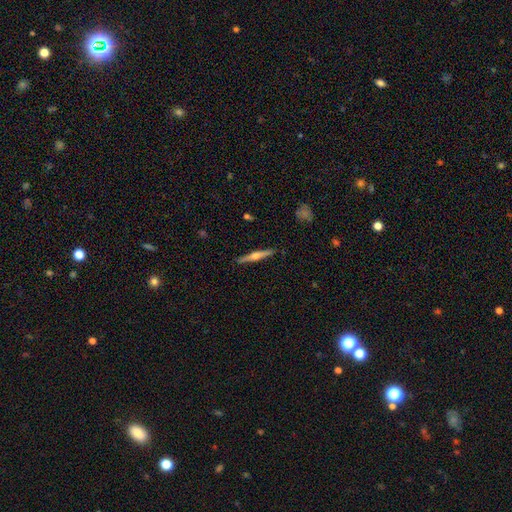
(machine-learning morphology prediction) Overall: featured or disk (70%). Edge-on disk: yes (98%). Edge-on bulge: rounded (92%). Merging: none (91%).